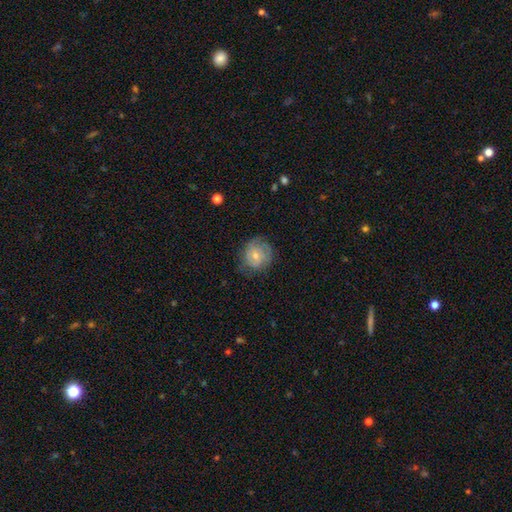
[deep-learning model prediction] Smooth or featured: smooth — 54% (featured or disk — 38%)
How rounded: round — 79% (in between — 20%)
Merging: none — 68% (minor disturbance — 23%)